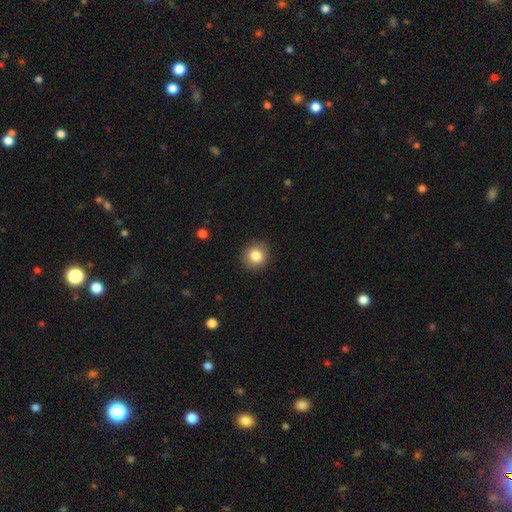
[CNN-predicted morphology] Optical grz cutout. It shows a smooth galaxy with no disk features (84%) that is round (88%). Merging: none (90%).